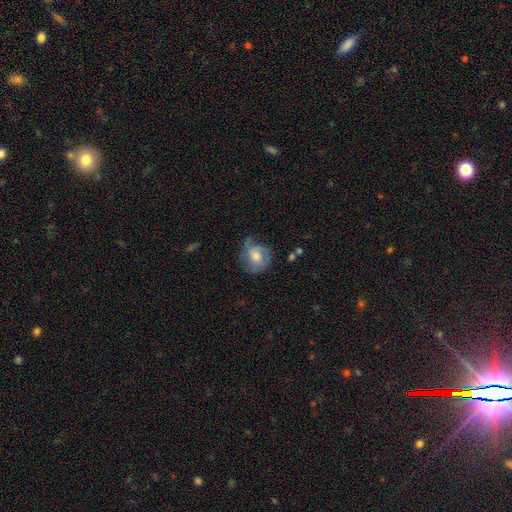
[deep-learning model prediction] Morphology: type=featured or disk (55%); edge-on=no (97%); bar=no (67%); spiral arms=yes (79%); bulge=moderate (63%); merging=none (55%).